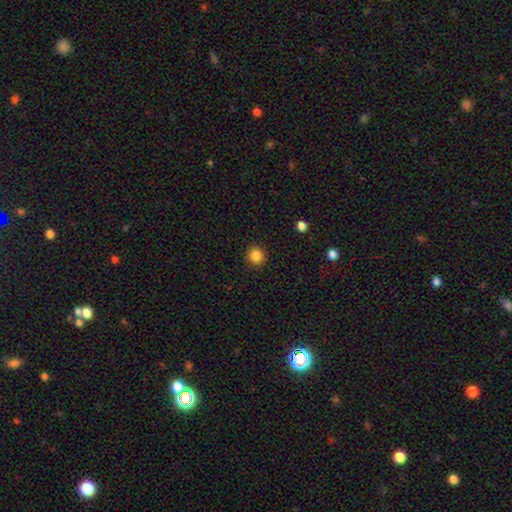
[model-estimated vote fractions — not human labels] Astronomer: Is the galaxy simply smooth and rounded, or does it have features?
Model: smooth — 85%.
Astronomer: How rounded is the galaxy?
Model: round — 94%.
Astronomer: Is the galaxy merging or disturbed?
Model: none — 92%.